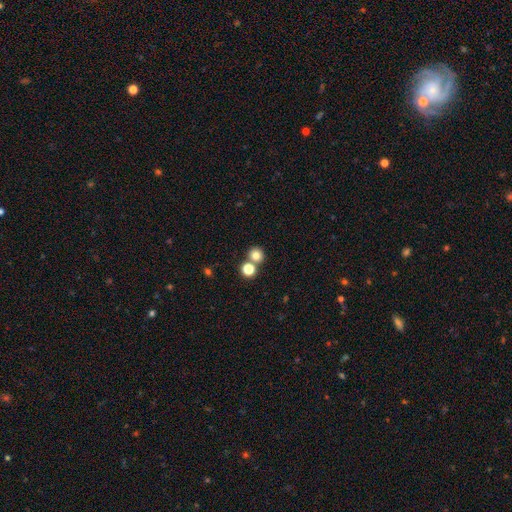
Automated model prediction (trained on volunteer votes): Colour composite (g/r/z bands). It shows a smooth galaxy with no disk features (78%) that is round (90%). Merging: none (66%).